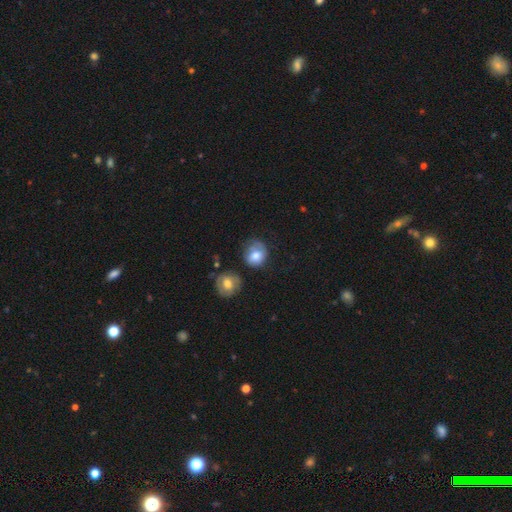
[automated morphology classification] type=smooth (71%); roundness=round (71%); merging=none (51%).